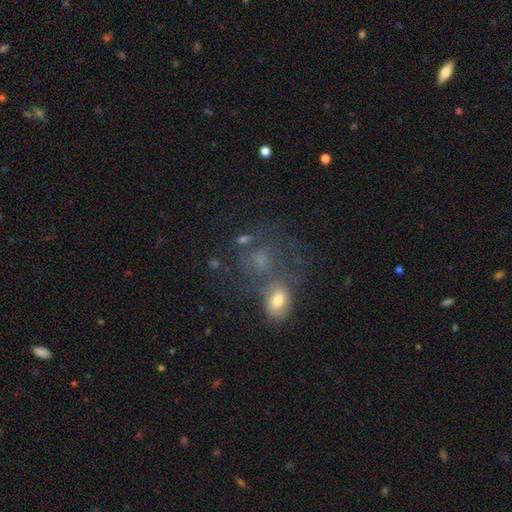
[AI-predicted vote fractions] Smooth or featured: smooth — 43% (star or artifact — 30%)
Merging: merger — 41% (none — 33%)